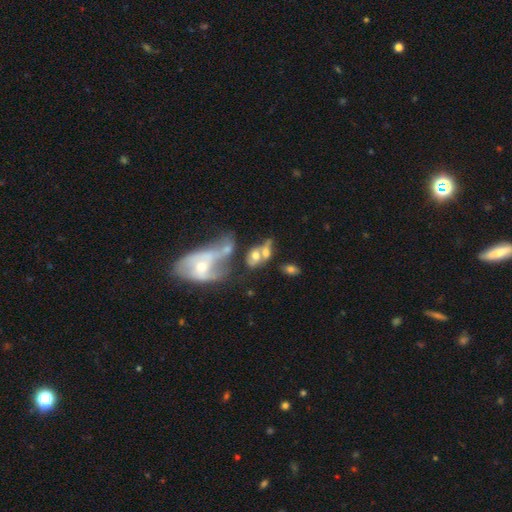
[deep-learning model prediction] Smooth or featured?
  - smooth: 47% *
  - featured or disk: 42%
  - star or artifact: 11%
Merging?
  - merger: 56% *
  - none: 20%
  - major disturbance: 12%
  - minor disturbance: 11%